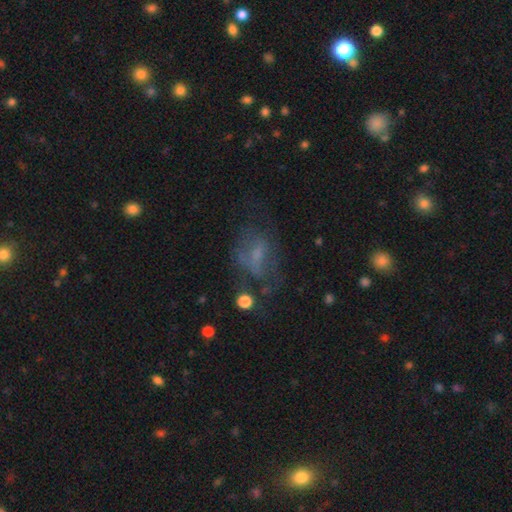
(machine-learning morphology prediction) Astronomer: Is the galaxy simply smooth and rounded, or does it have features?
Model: featured or disk — 43% (runner-up: smooth, 40%).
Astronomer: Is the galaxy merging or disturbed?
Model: none — 42% (runner-up: major disturbance, 31%).